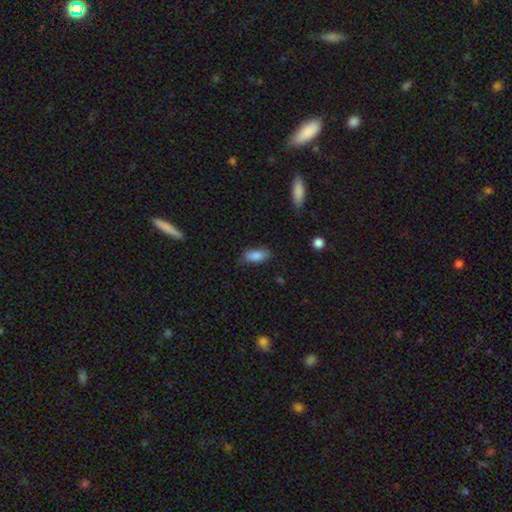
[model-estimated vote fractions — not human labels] This is clearly a smooth galaxy (84%). How rounded: clearly in between (83%). Merging: likely none (74%).